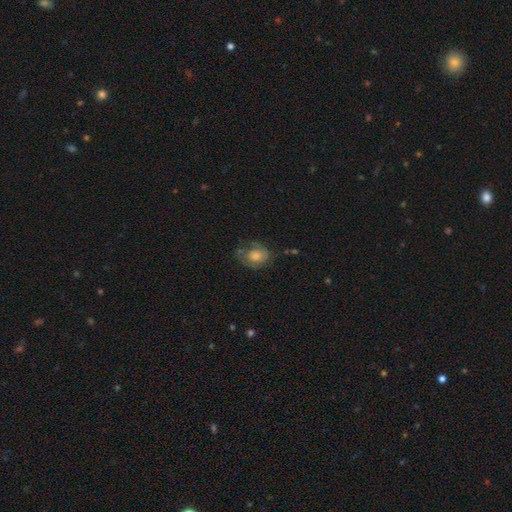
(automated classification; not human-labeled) Smooth or featured?
  - featured or disk: 47% *
  - smooth: 40%
  - star or artifact: 12%
Merging?
  - none: 58% *
  - minor disturbance: 24%
  - major disturbance: 16%
  - merger: 2%